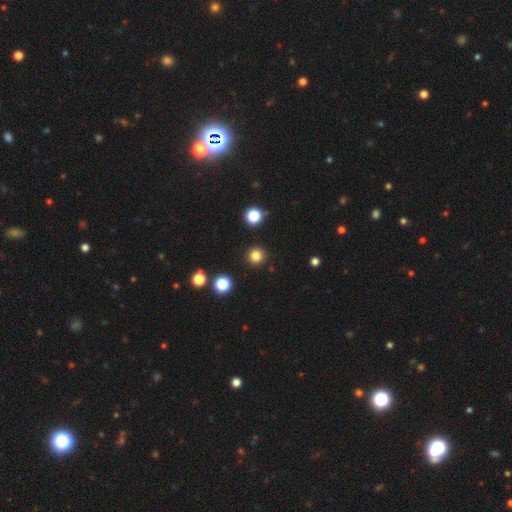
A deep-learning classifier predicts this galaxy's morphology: Smooth or featured? Predicted: smooth (p=0.82). How rounded? Predicted: round (p=0.95). Merging? Predicted: none (p=0.91).